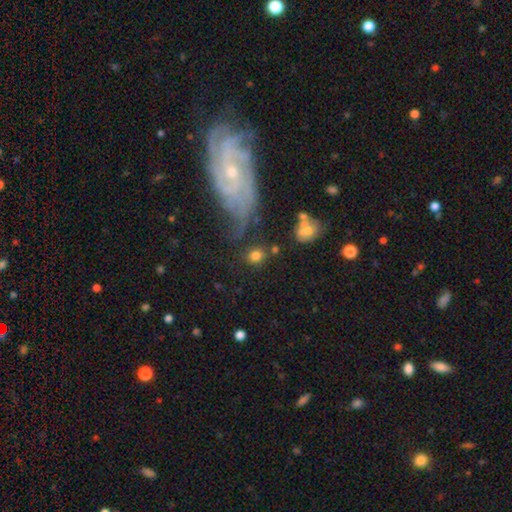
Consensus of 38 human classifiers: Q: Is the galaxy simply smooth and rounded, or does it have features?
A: smooth — 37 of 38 (97%).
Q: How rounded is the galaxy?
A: round — 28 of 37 (76%).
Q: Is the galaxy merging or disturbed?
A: none — 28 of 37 (76%).